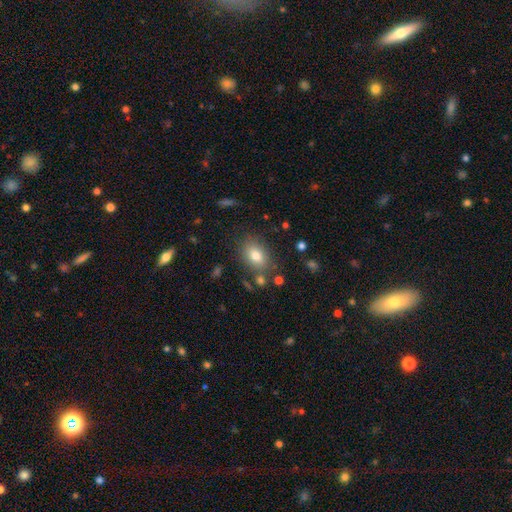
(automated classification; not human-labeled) smooth-or-featured: smooth: 79% | featured or disk: 11% | star or artifact: 10%
  how-rounded: in between: 74% | round: 24% | cigar-shaped: 1%
  merging: none: 77% | minor disturbance: 13% | merger: 5% | major disturbance: 4%